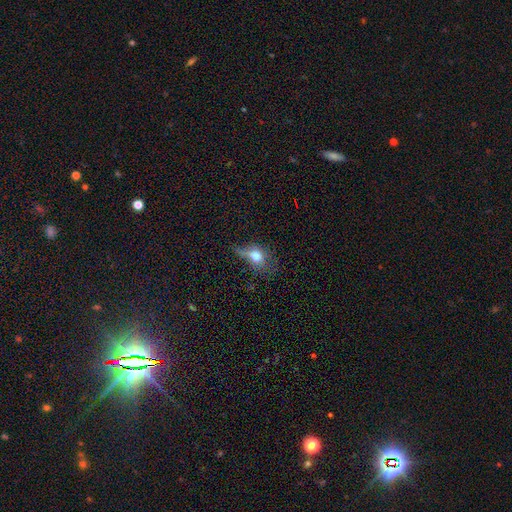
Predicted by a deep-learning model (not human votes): smooth_or_featured: smooth (p=0.68) [alt: featured or disk p=0.20]
how_rounded: in between (p=0.65) [alt: round p=0.30]
merging: major disturbance (p=0.37) [alt: minor disturbance p=0.28]